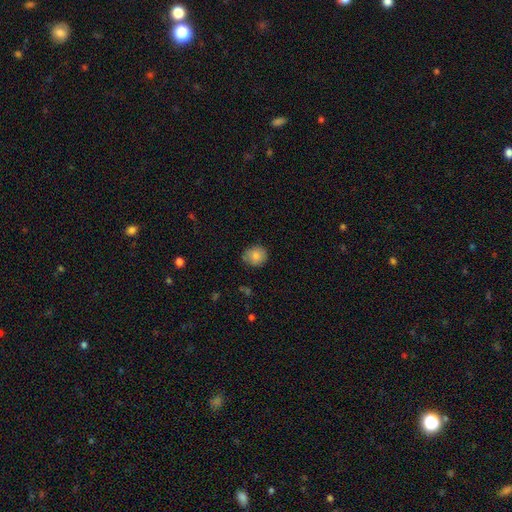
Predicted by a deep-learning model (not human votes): smooth_or_featured: smooth (p=0.83) [alt: featured or disk p=0.09]
how_rounded: round (p=0.79) [alt: in between p=0.20]
merging: none (p=0.79) [alt: minor disturbance p=0.16]